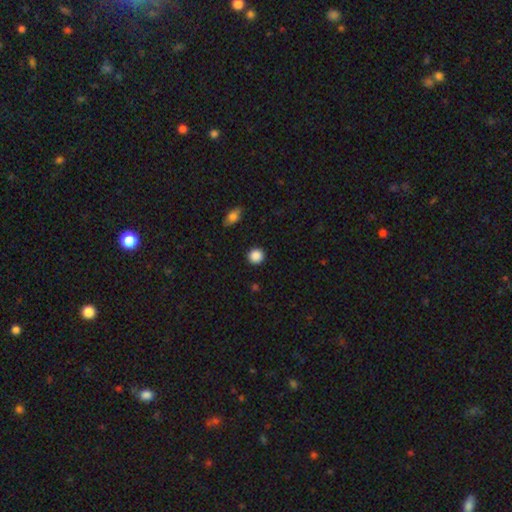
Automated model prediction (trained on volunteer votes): Overall: smooth (88%). How rounded: round (93%). Merging: none (92%).